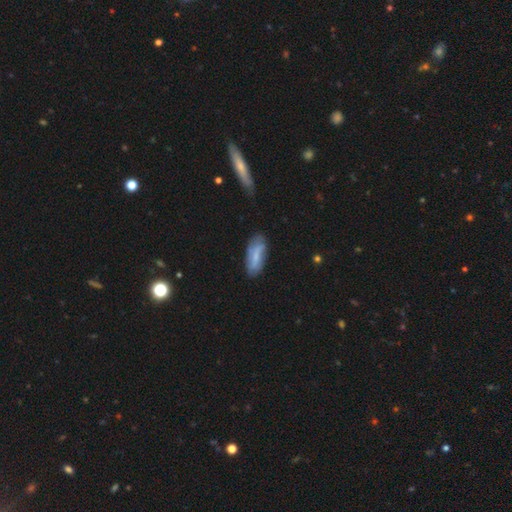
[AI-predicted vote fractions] Smooth or featured? smooth (61%)
How rounded? in between (74%)
Merging? none (72%)